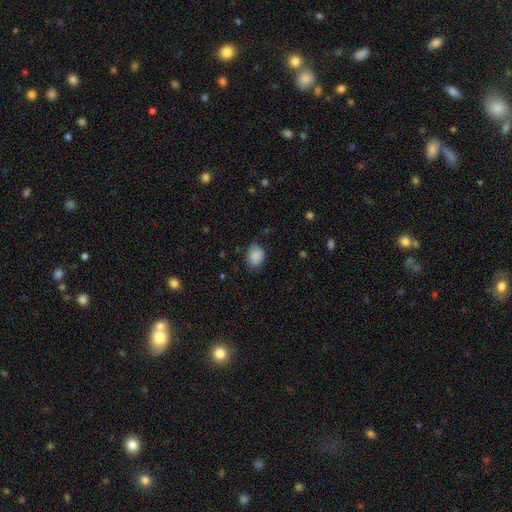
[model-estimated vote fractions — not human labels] This is clearly a smooth galaxy (88%). How rounded: likely in between (60%). Merging: likely none (70%).